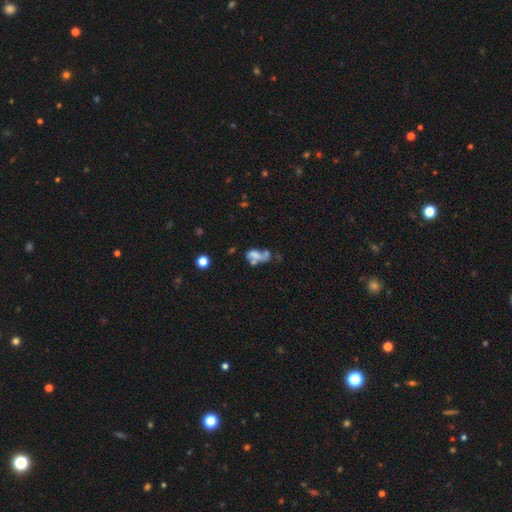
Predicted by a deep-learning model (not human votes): smooth 46%, featured or disk 39%, star or artifact 14%. Down the decision tree: merging — merger (41%).